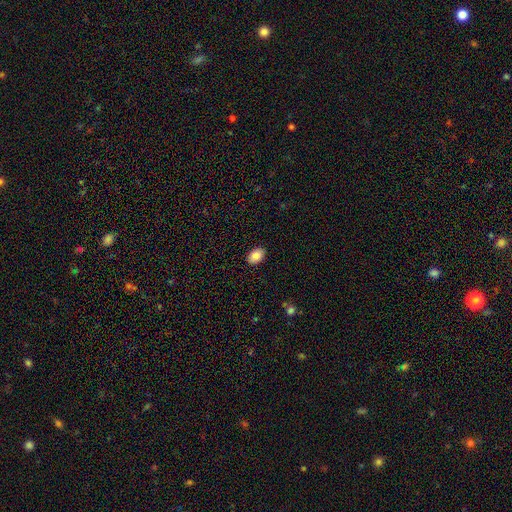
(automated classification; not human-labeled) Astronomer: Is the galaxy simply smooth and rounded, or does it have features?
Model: smooth — 87%.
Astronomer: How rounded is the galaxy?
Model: in between — 88%.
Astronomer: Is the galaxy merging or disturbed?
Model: none — 89%.